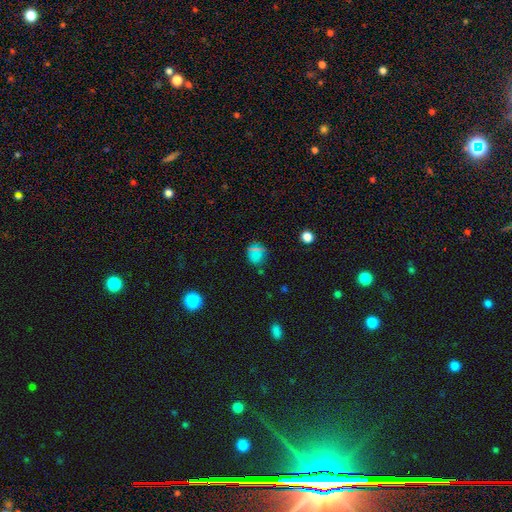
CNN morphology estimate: A smooth galaxy with no disk features (60%) that is round (84%).

Vote fractions:
- Smooth or featured? smooth: 60% / star or artifact: 33% / featured or disk: 7%
- How rounded? round: 84% / in between: 14% / cigar-shaped: 3%
- Merging? none: 81% / minor disturbance: 11% / major disturbance: 5% / merger: 4%